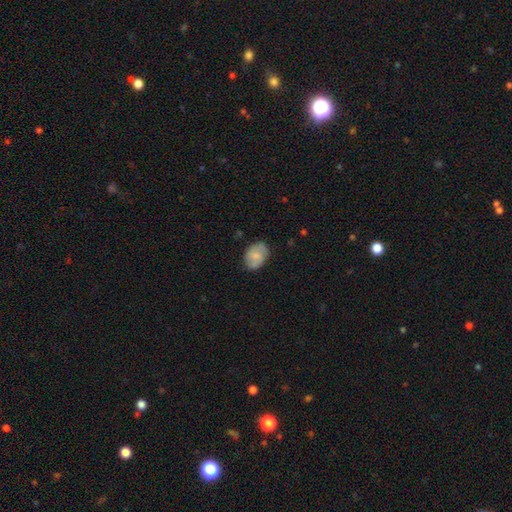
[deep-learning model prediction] smooth 66%, featured or disk 27%, star or artifact 7%. Down the decision tree: how rounded — in between (73%); merging — none (77%).